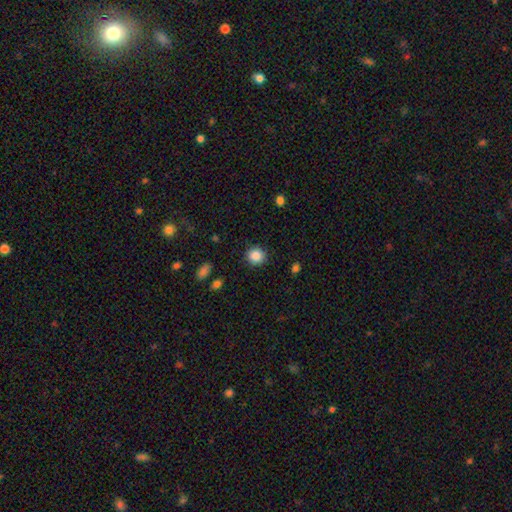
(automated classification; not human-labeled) A smooth galaxy with no disk features (86%) that is round (90%). Merging: none (90%).